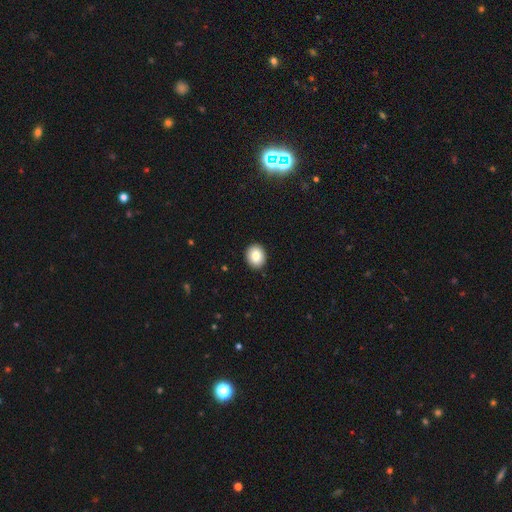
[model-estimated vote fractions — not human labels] Smooth or featured? Predicted: smooth (p=0.84). How rounded? Predicted: round (p=0.60). Merging? Predicted: none (p=0.91).